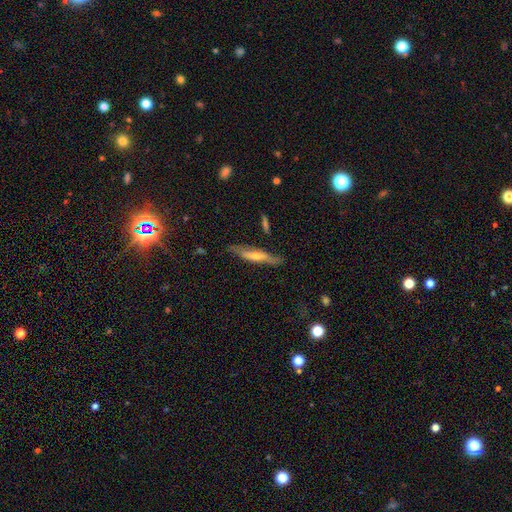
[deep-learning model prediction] featured or disk 57%, smooth 35%, star or artifact 8%. Down the decision tree: edge-on disk — yes (78%); merging — none (77%).